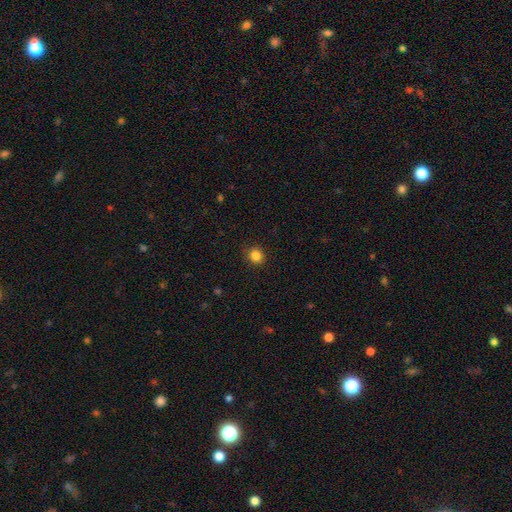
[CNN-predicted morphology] smooth 85%, star or artifact 12%, featured or disk 4%. Down the decision tree: how rounded — round (88%); merging — none (89%).